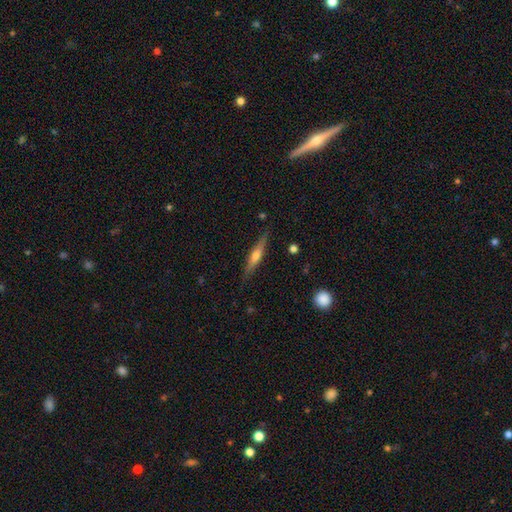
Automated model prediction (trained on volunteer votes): Smooth or featured? Predicted: featured or disk (p=0.57). Edge-on disk? Predicted: yes (p=0.95). Edge-on bulge? Predicted: rounded (p=0.82). Merging? Predicted: none (p=0.86).